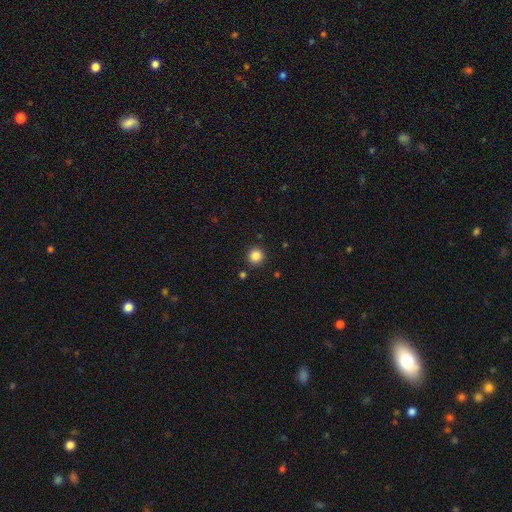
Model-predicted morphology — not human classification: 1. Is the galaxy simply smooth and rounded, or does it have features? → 86% smooth, 11% star or artifact, 3% featured or disk.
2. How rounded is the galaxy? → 95% round, 4% in between, 1% cigar-shaped.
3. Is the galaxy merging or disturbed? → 91% none, 5% minor disturbance, 2% merger, 2% major disturbance.